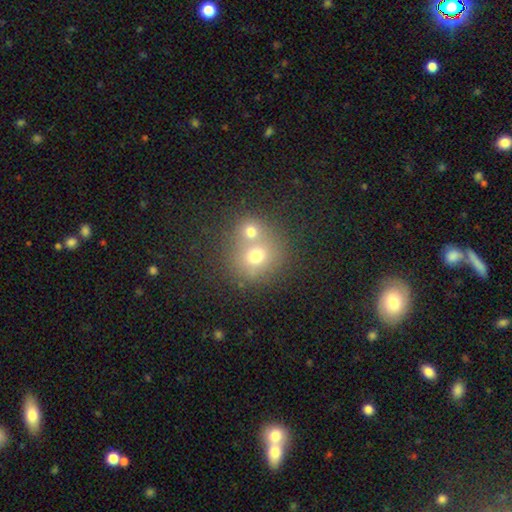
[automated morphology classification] Q: Smooth or featured?
A: smooth (68%); runner-up: featured or disk (18%)
Q: How rounded?
A: round (81%); runner-up: in between (18%)
Q: Merging?
A: merger (52%); runner-up: none (38%)